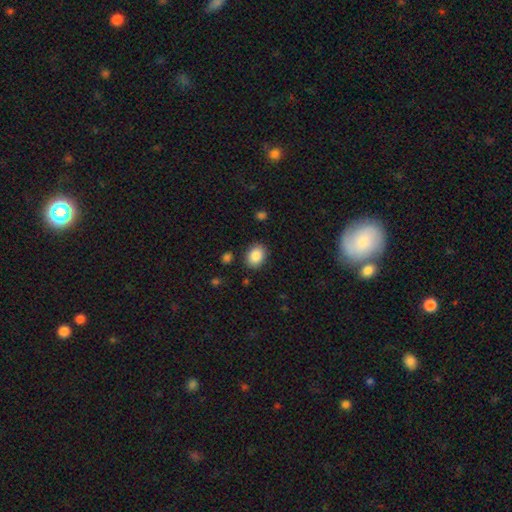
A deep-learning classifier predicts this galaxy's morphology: smooth_or_featured: smooth (p=0.87) [alt: star or artifact p=0.08]
how_rounded: in between (p=0.59) [alt: round p=0.40]
merging: none (p=0.86) [alt: minor disturbance p=0.09]